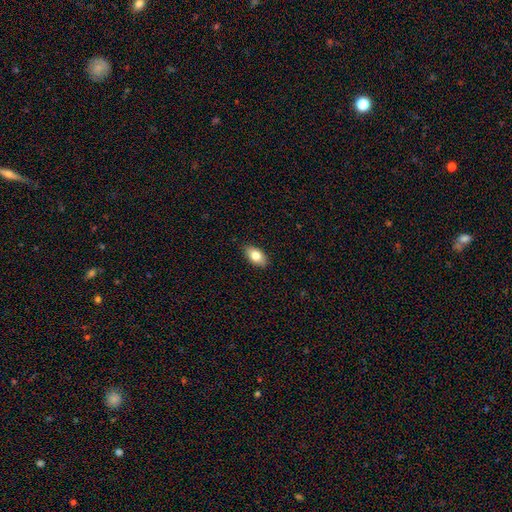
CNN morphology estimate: This appears to be a smooth galaxy with no disk features (79%) that is in between round and cigar-shaped (92%). Merging: none (88%).